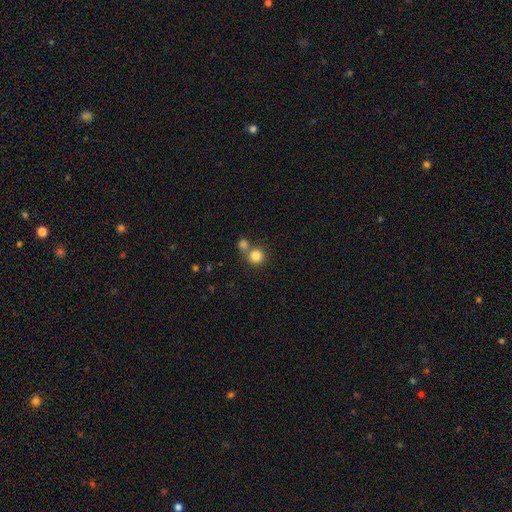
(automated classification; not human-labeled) smooth_or_featured: smooth (p=0.83) [alt: star or artifact p=0.11]
how_rounded: round (p=0.91) [alt: in between p=0.08]
merging: none (p=0.56) [alt: merger p=0.34]